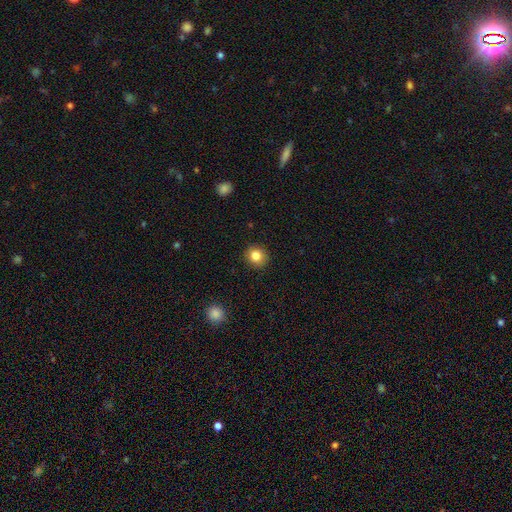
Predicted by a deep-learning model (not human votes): Morphology: type=smooth (83%); roundness=round (87%); merging=none (91%).